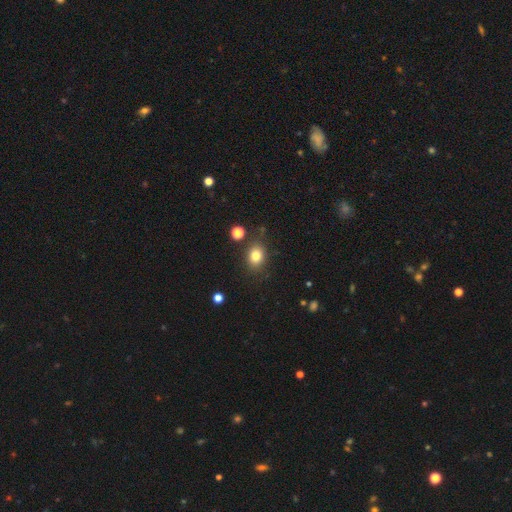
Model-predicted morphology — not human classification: Smooth or featured?
  - smooth: 81% *
  - star or artifact: 12%
  - featured or disk: 8%
How rounded?
  - in between: 53% *
  - round: 46%
  - cigar-shaped: 1%
Merging?
  - none: 80% *
  - minor disturbance: 12%
  - merger: 4%
  - major disturbance: 4%